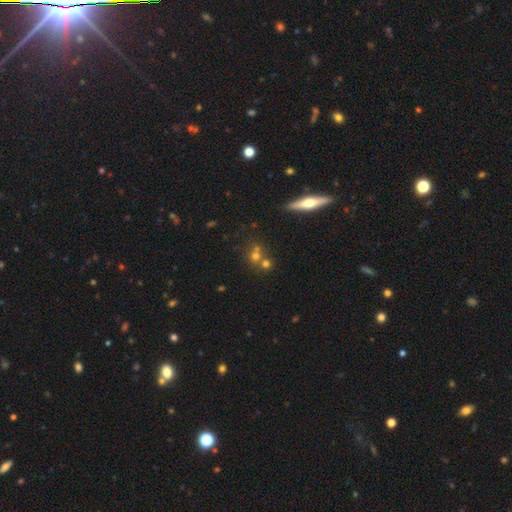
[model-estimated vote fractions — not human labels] The model was most divided on "merging": none: 49%, merger: 40%, minor disturbance: 8%, major disturbance: 3%. More confident: how rounded — round (79%); smooth or featured — smooth (54%).